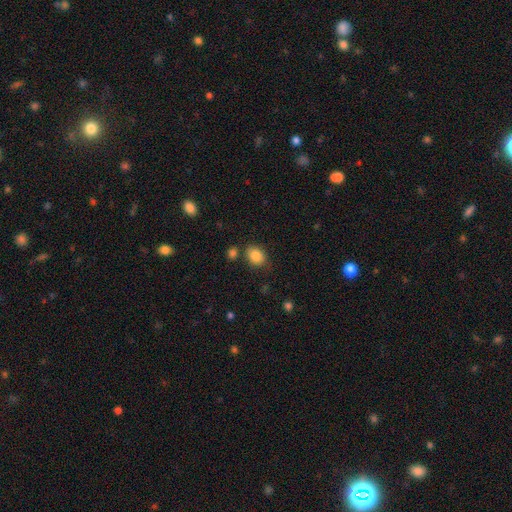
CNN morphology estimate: Smooth or featured? Predicted: smooth (p=0.85). How rounded? Predicted: in between (p=0.65). Merging? Predicted: none (p=0.75).